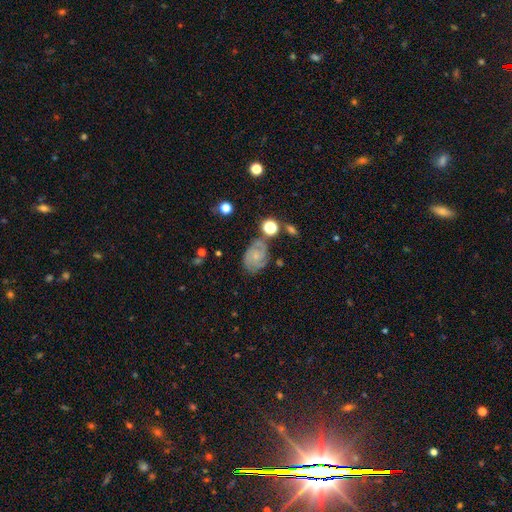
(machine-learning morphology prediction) The model was most divided on "spiral arm count": 2: 39%, can't tell: 26%, 3: 22%, 4: 5%, 1: 4%, more than 4: 4%. More confident: edge-on disk — no (97%); spiral arms — yes (92%); bar — no (72%); bulge size — small (71%); smooth or featured — featured or disk (71%); merging — none (63%); spiral winding — tight (57%).